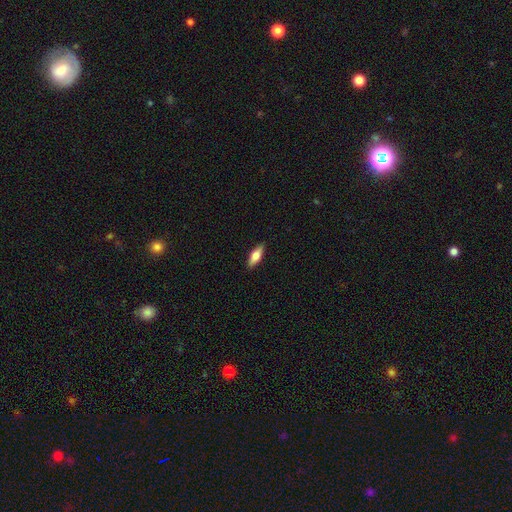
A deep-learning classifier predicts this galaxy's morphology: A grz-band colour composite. It shows a smooth galaxy with no disk features (61%) that is in between round and cigar-shaped (58%). Merging: none (89%).